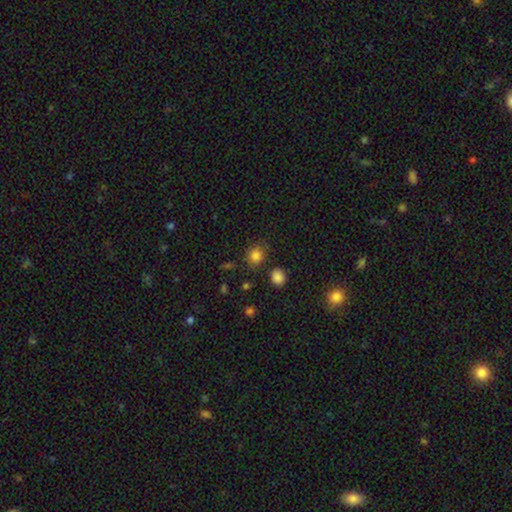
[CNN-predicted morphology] smooth 83%, star or artifact 13%, featured or disk 5%. Down the decision tree: how rounded — round (81%); merging — none (79%).